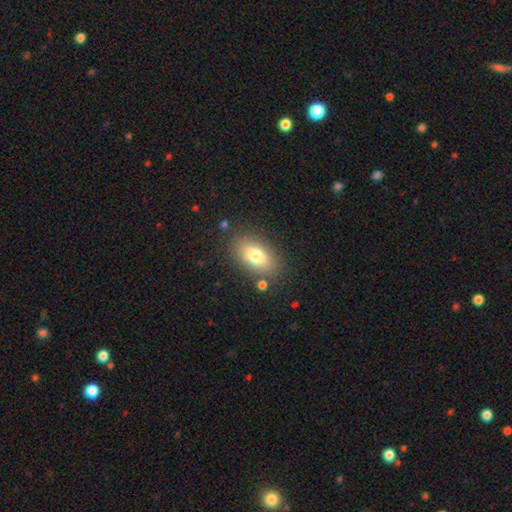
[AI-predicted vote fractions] smooth_or_featured: smooth (p=0.77) [alt: featured or disk p=0.14]
how_rounded: in between (p=0.88) [alt: round p=0.09]
merging: none (p=0.81) [alt: minor disturbance p=0.11]